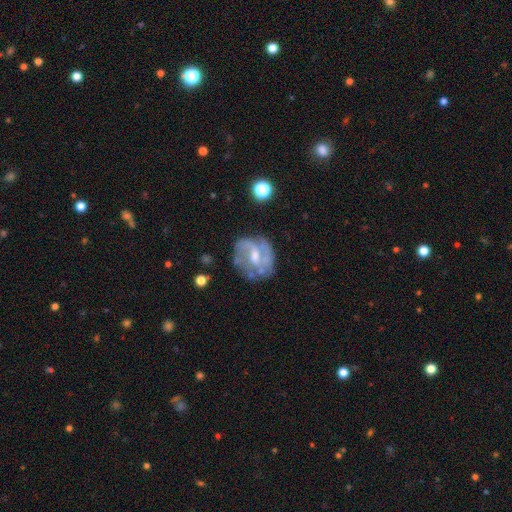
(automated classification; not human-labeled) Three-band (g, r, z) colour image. It shows a featured or disk galaxy (70%) with a weak bar (51%), spiral arms (70%) and a moderate central bulge (51%). Merging: none (55%).